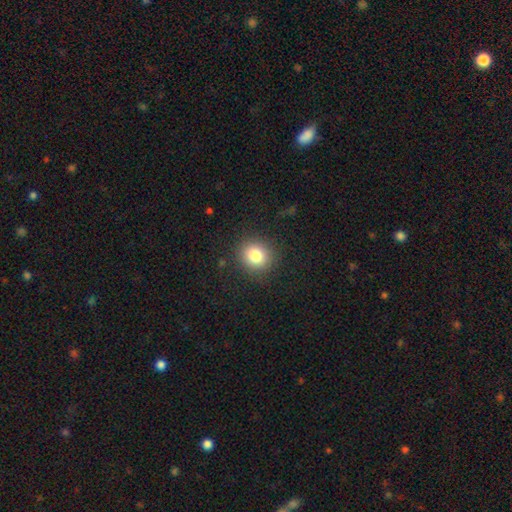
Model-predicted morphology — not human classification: A smooth galaxy with no disk features (82%) that is round (81%). Merging: none (88%).